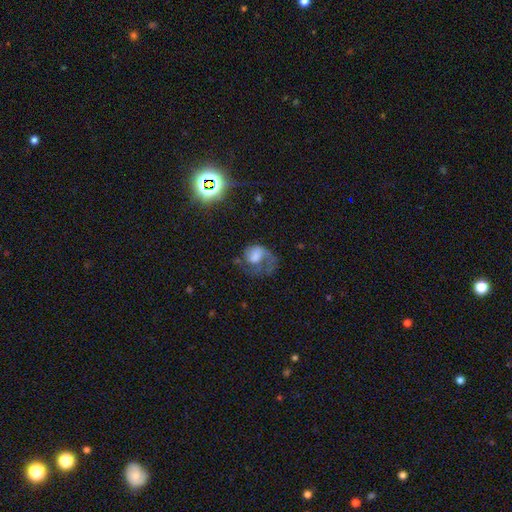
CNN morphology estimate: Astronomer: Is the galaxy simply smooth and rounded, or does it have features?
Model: featured or disk — 47% (runner-up: smooth, 41%).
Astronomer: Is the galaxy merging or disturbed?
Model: major disturbance — 53%.